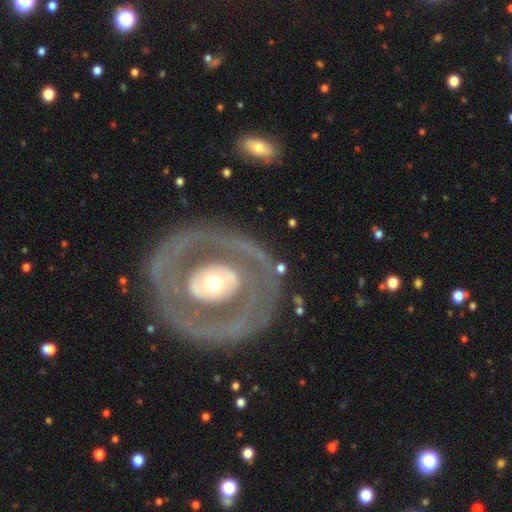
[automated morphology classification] This appears to be a featured or disk galaxy (75%) with no bar (79%), no spiral arms (70%) and a moderate central bulge (59%). Merging: none (78%).